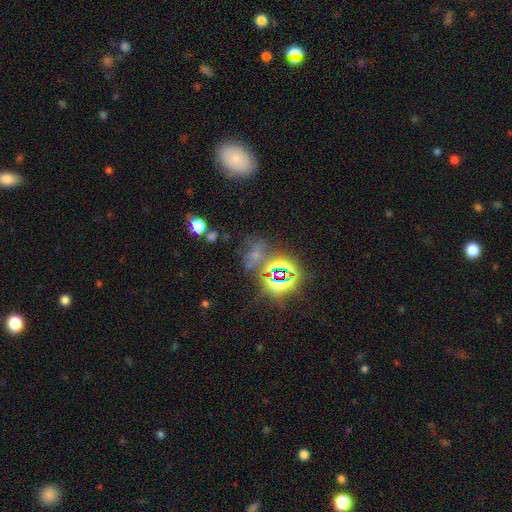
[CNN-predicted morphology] The model was most divided on "smooth or featured": star or artifact: 61%, smooth: 27%, featured or disk: 11%.